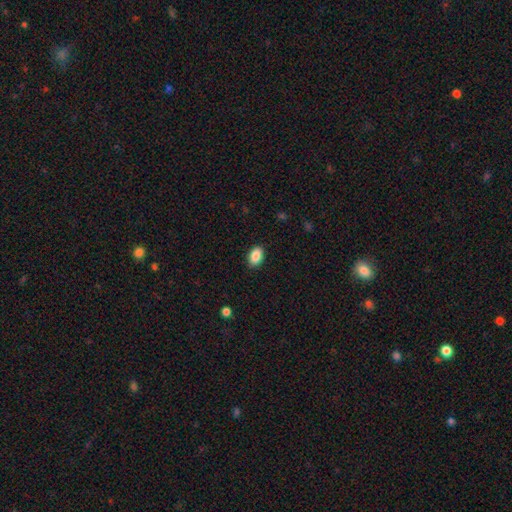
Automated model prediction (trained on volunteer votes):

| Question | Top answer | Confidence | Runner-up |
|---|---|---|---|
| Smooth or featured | smooth | 88% | star or artifact (8%) |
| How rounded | in between | 87% | round (11%) |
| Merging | none | 88% | minor disturbance (9%) |